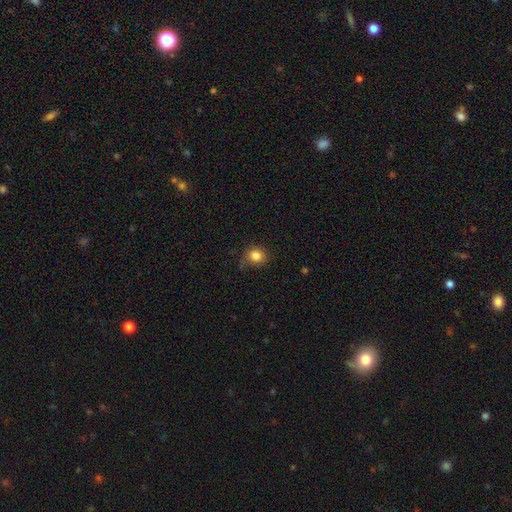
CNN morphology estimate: This appears to be a smooth galaxy with no disk features (84%) that is round (80%). Merging: none (75%).